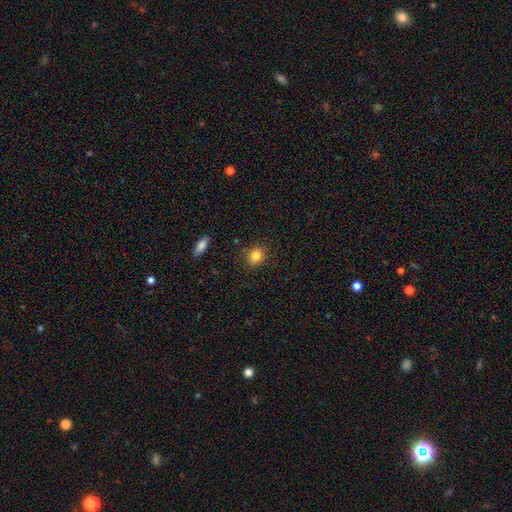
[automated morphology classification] This is clearly a smooth galaxy (84%). How rounded: likely round (75%). Merging: clearly none (85%).